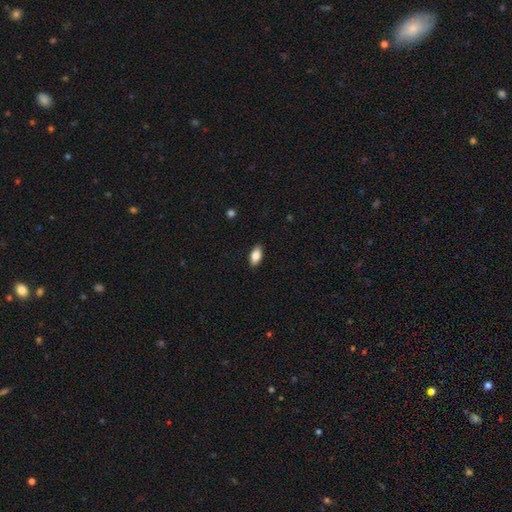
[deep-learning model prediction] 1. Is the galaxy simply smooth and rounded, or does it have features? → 85% smooth, 9% featured or disk, 7% star or artifact.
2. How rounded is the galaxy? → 90% in between, 7% cigar-shaped, 3% round.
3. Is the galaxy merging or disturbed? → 89% none, 8% minor disturbance, 2% major disturbance, 1% merger.